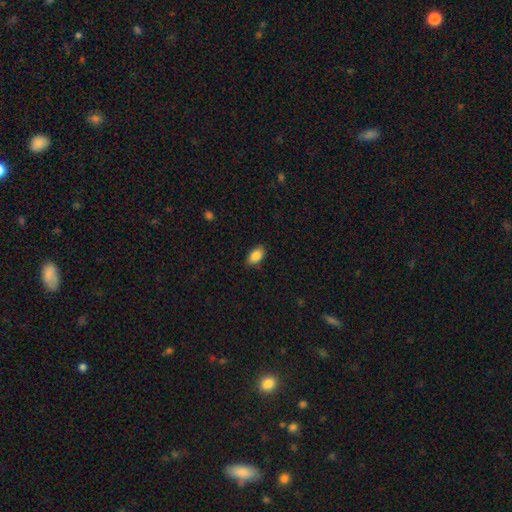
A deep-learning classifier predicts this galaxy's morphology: This is clearly a smooth galaxy (87%). How rounded: clearly in between (92%). Merging: clearly none (86%).